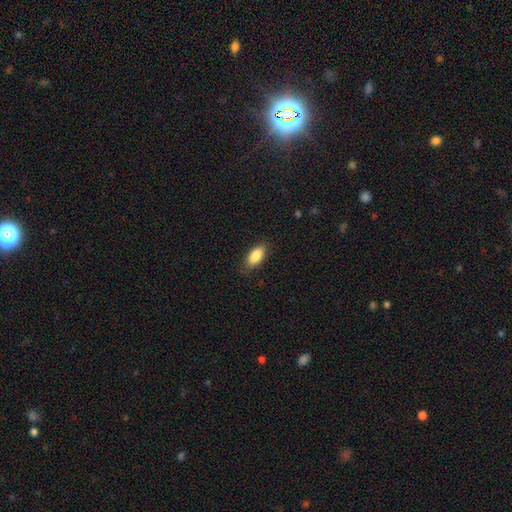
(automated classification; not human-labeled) This is clearly a smooth galaxy (87%). How rounded: clearly in between (87%). Merging: clearly none (83%).